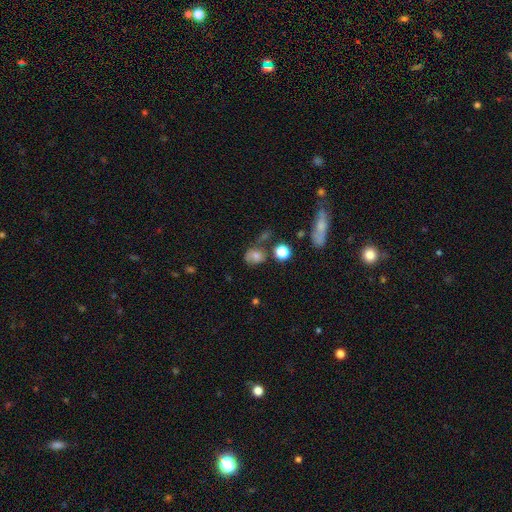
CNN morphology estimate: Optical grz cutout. It shows a smooth galaxy with no disk features (64%) that is round (60%). Merging: none (50%).